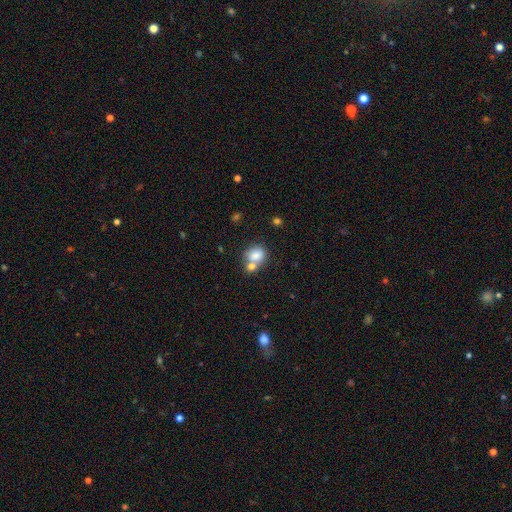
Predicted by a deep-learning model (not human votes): Q: Smooth or featured?
A: smooth (78%); runner-up: featured or disk (12%)
Q: How rounded?
A: round (57%); runner-up: in between (42%)
Q: Merging?
A: merger (45%); runner-up: none (40%)